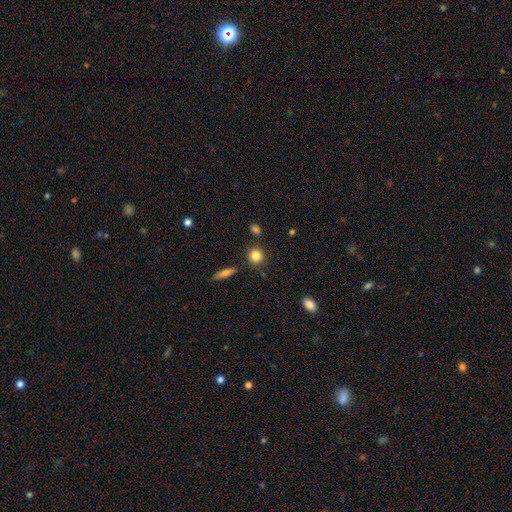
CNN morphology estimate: This is clearly a smooth galaxy (83%). How rounded: clearly round (87%). Merging: clearly none (84%).